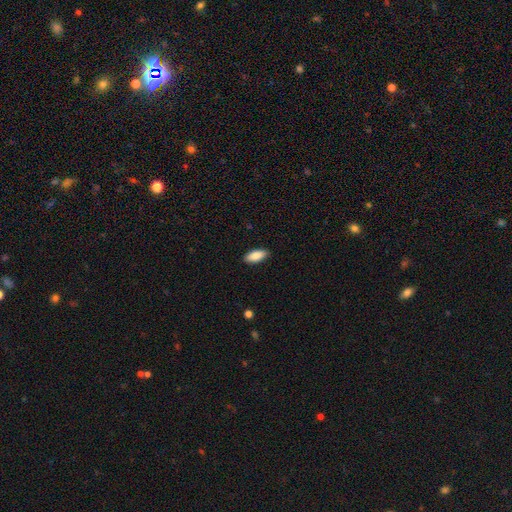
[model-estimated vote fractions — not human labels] This is clearly a smooth galaxy (86%). How rounded: clearly in between (86%). Merging: clearly none (89%).